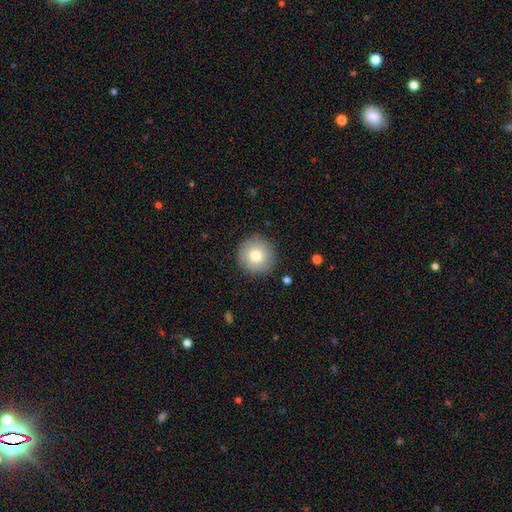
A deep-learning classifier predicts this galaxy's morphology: The model was most divided on "smooth or featured": smooth: 77%, featured or disk: 13%, star or artifact: 10%. More confident: how rounded — round (96%); merging — none (90%).